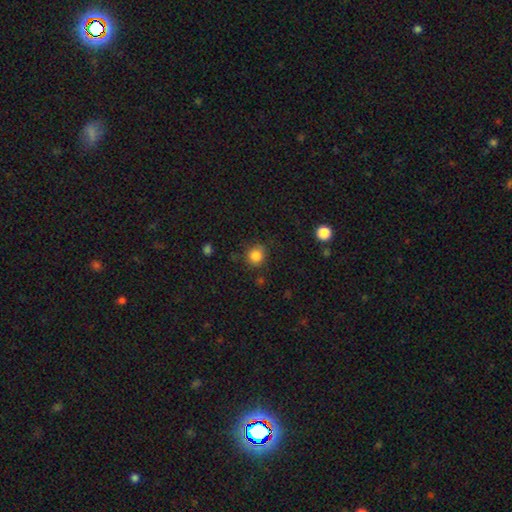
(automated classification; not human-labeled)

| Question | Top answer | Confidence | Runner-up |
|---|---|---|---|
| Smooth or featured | smooth | 85% | star or artifact (11%) |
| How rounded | round | 87% | in between (12%) |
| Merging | none | 80% | minor disturbance (13%) |